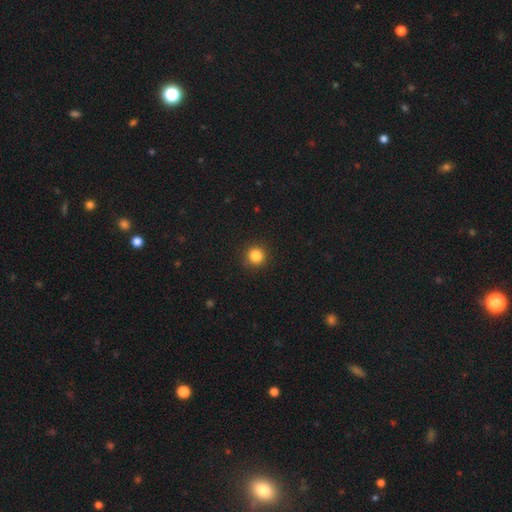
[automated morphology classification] Smooth or featured?
  - smooth: 85% *
  - star or artifact: 11%
  - featured or disk: 4%
How rounded?
  - round: 94% *
  - in between: 5%
  - cigar-shaped: 1%
Merging?
  - none: 91% *
  - minor disturbance: 6%
  - major disturbance: 2%
  - merger: 1%